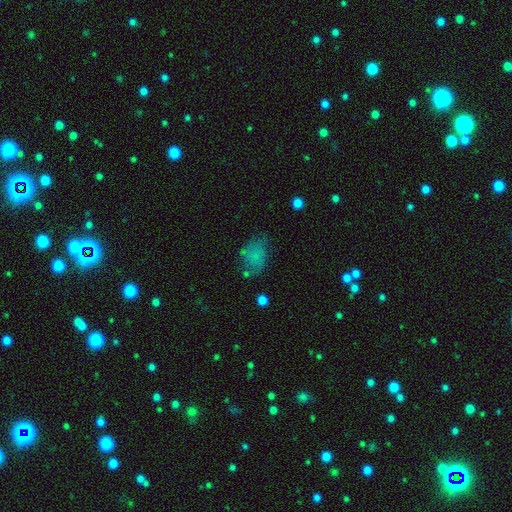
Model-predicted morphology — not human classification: Overall: smooth (69%). How rounded: in between (82%). Merging: none (53%; minor disturbance 27%).